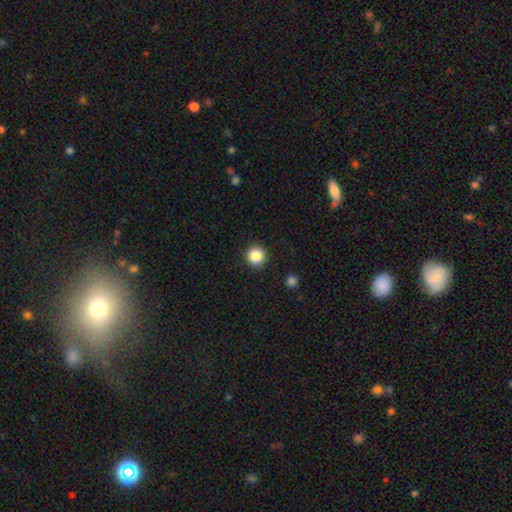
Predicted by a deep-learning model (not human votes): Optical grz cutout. It shows a smooth galaxy with no disk features (87%) that is round (96%). Merging: none (92%).